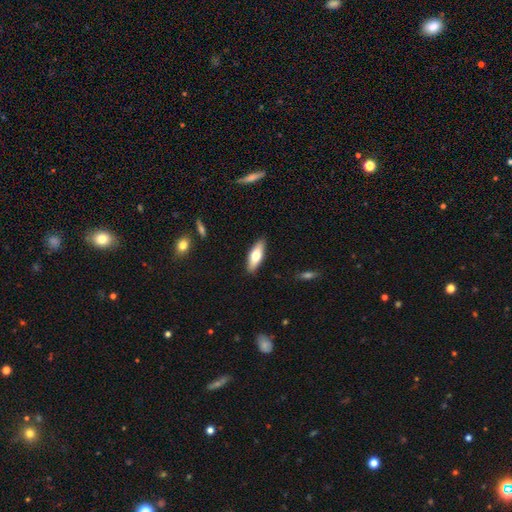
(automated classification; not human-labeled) Smooth or featured? smooth (65%)
How rounded? in between (59%)
Merging? none (89%)